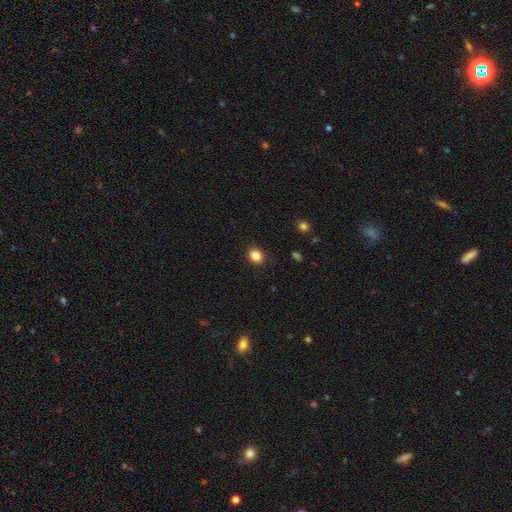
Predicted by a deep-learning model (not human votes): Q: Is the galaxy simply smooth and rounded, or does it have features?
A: smooth — 84%.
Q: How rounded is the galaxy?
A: round — 63%.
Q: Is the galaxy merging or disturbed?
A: none — 89%.